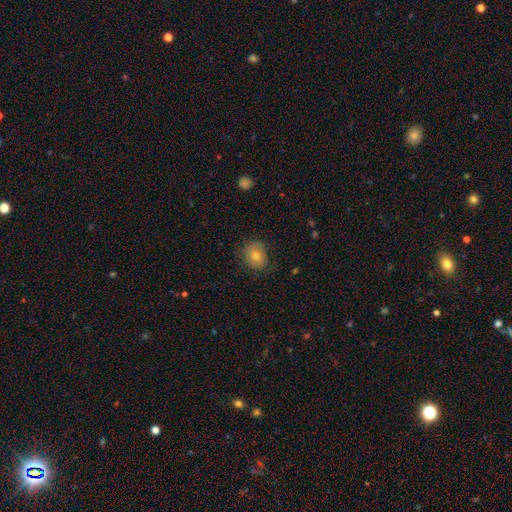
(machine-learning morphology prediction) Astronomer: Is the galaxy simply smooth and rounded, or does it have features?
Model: smooth — 75%.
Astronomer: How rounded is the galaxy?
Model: round — 71%.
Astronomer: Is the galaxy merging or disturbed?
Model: none — 75%.